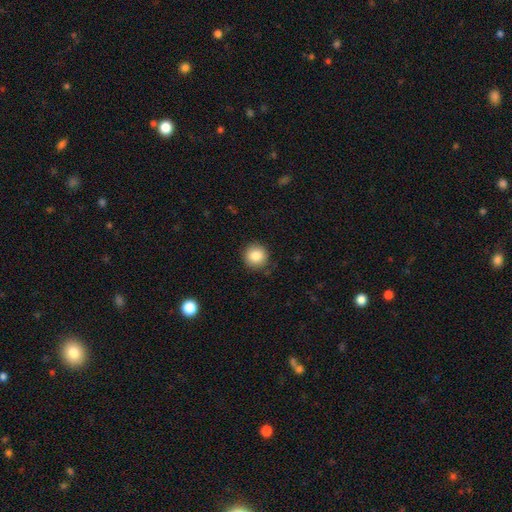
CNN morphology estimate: type=smooth (85%); roundness=round (94%); merging=none (89%).